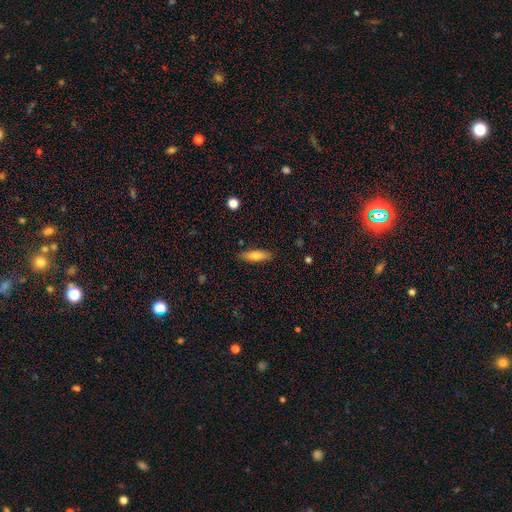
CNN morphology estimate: Overall: smooth (71%). How rounded: cigar-shaped (54%; in between 44%). Merging: none (87%).